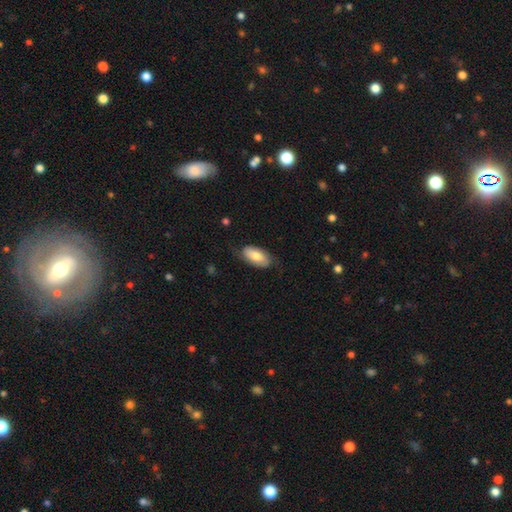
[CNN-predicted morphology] A smooth galaxy with no disk features (67%) that is in between round and cigar-shaped (93%).

Vote fractions:
- Smooth or featured? smooth: 67% / featured or disk: 28% / star or artifact: 6%
- How rounded? in between: 93% / cigar-shaped: 4% / round: 3%
- Merging? none: 67% / minor disturbance: 24% / major disturbance: 8% / merger: 1%